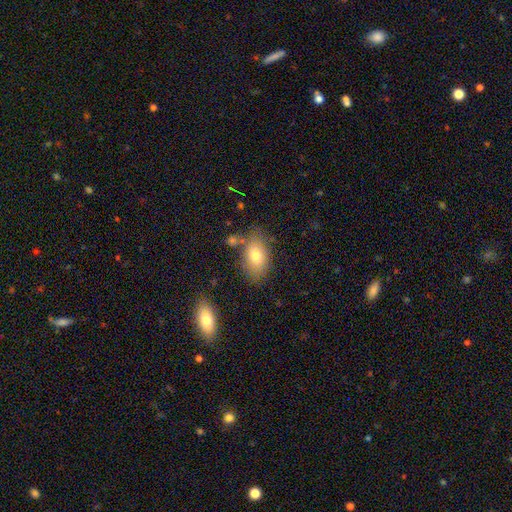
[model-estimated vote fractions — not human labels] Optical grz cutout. It shows a smooth galaxy with no disk features (76%) that is in between round and cigar-shaped (88%). Merging: none (73%).